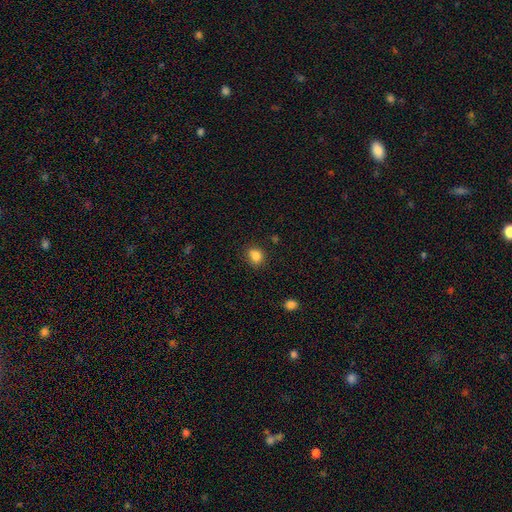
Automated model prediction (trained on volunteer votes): A smooth galaxy with no disk features (84%) that is round (58%).

Vote fractions:
- Smooth or featured? smooth: 84% / star or artifact: 11% / featured or disk: 5%
- How rounded? round: 58% / in between: 41% / cigar-shaped: 1%
- Merging? none: 76% / minor disturbance: 16% / merger: 5% / major disturbance: 4%